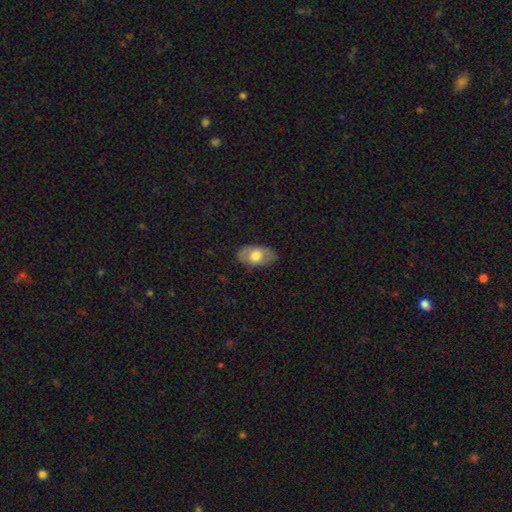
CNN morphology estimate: This appears to be a smooth galaxy with no disk features (65%) that is in between round and cigar-shaped (92%). Merging: none (81%).